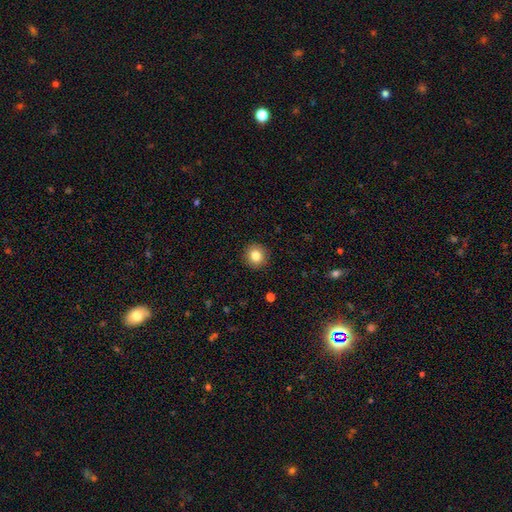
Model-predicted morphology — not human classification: This is clearly a smooth galaxy (82%). How rounded: clearly round (94%). Merging: clearly none (93%).